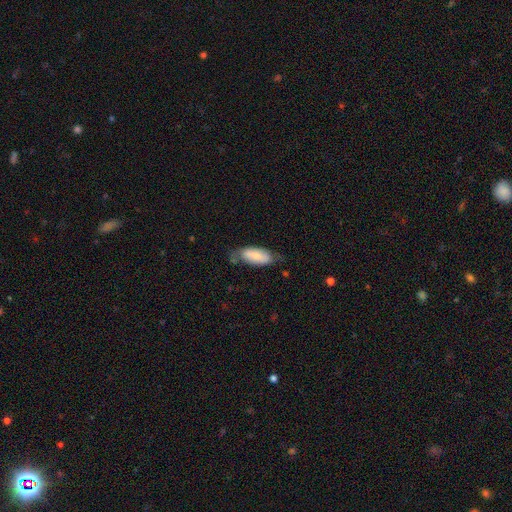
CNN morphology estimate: Q: Smooth or featured?
A: smooth (72%); runner-up: featured or disk (22%)
Q: How rounded?
A: in between (84%); runner-up: cigar-shaped (14%)
Q: Merging?
A: none (53%); runner-up: minor disturbance (33%)